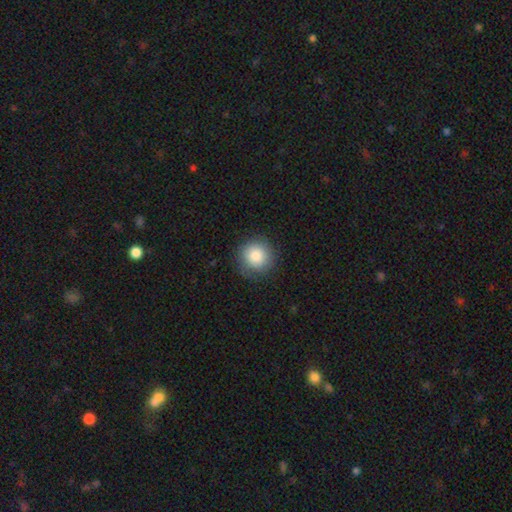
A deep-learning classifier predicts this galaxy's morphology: smooth 85%, star or artifact 8%, featured or disk 6%. Down the decision tree: how rounded — round (94%); merging — none (84%).